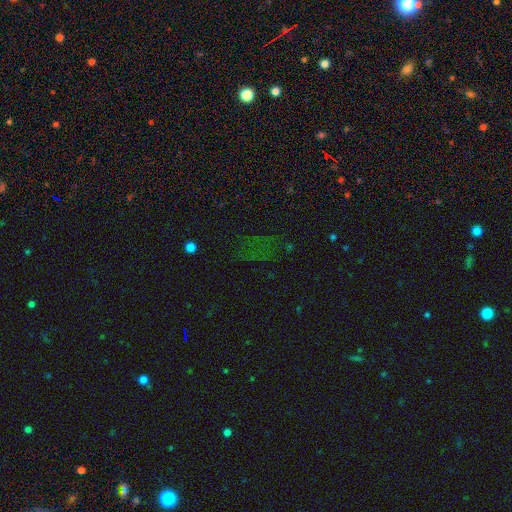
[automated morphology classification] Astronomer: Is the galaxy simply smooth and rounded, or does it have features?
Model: star or artifact — 65%.